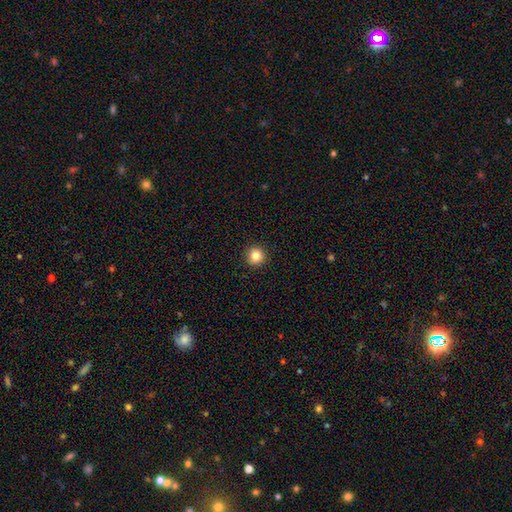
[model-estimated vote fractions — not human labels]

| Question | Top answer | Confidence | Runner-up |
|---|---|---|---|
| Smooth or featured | smooth | 83% | star or artifact (11%) |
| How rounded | round | 94% | in between (5%) |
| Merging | none | 93% | minor disturbance (5%) |